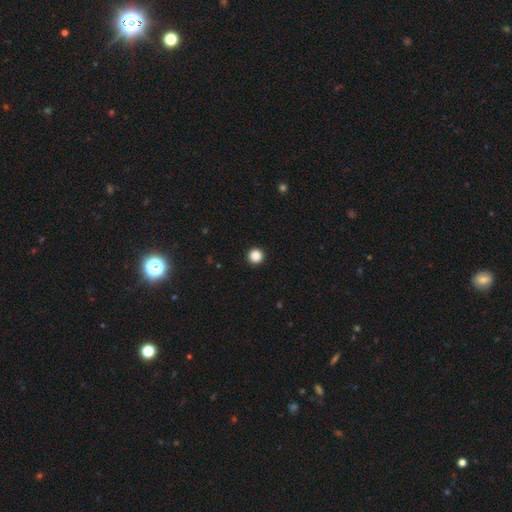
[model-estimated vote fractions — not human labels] A smooth galaxy with no disk features (87%) that is round (96%).

Vote fractions:
- Smooth or featured? smooth: 87% / star or artifact: 11% / featured or disk: 2%
- How rounded? round: 96% / in between: 3% / cigar-shaped: 1%
- Merging? none: 94% / minor disturbance: 4% / major disturbance: 1% / merger: 1%